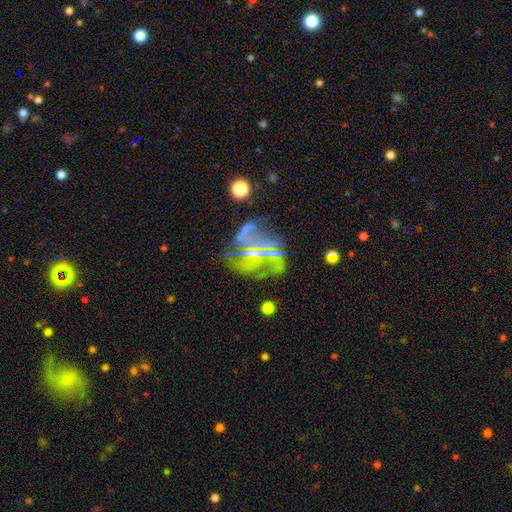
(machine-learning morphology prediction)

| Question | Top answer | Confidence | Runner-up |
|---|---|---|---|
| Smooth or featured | featured or disk | 63% | star or artifact (25%) |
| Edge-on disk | no | 93% | yes (7%) |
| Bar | no | 37% | weak (35%) |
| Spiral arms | yes | 67% | no (33%) |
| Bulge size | small | 44% | moderate (28%) |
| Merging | none | 50% | major disturbance (24%) |